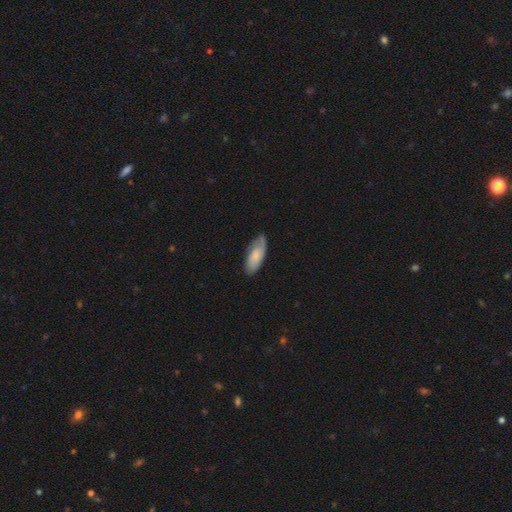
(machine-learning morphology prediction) smooth-or-featured: smooth: 58% | featured or disk: 36% | star or artifact: 6%
  how-rounded: in between: 83% | cigar-shaped: 15% | round: 2%
  merging: none: 68% | minor disturbance: 24% | major disturbance: 6% | merger: 2%